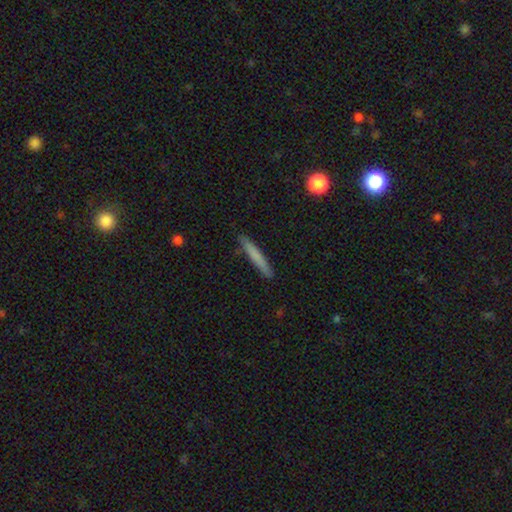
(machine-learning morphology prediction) smooth-or-featured: smooth: 72% | featured or disk: 21% | star or artifact: 6%
  how-rounded: cigar-shaped: 96% | in between: 3% | round: 1%
  merging: none: 88% | minor disturbance: 9% | major disturbance: 2% | merger: 1%